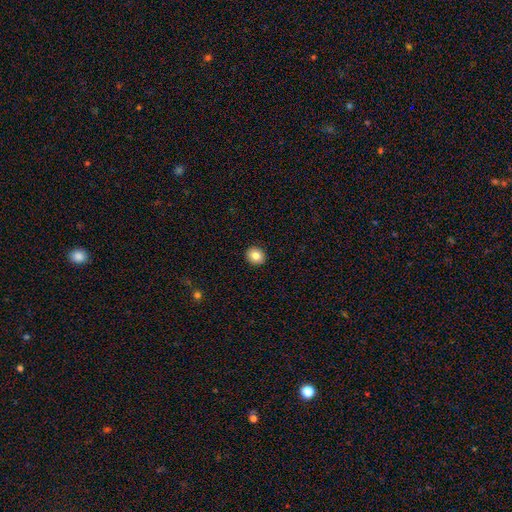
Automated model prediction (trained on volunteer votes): Smooth or featured: smooth — 82% (star or artifact — 9%)
How rounded: round — 79% (in between — 20%)
Merging: none — 93% (minor disturbance — 5%)